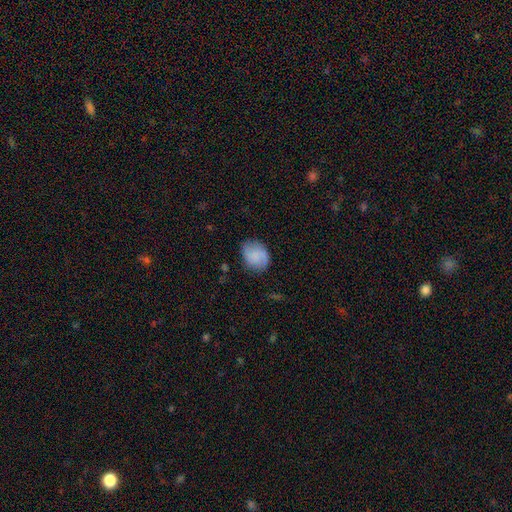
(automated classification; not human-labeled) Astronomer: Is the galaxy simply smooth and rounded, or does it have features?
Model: smooth — 67%.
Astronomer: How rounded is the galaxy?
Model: round — 50% (runner-up: in between, 48%).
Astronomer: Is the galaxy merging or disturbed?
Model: none — 72%.